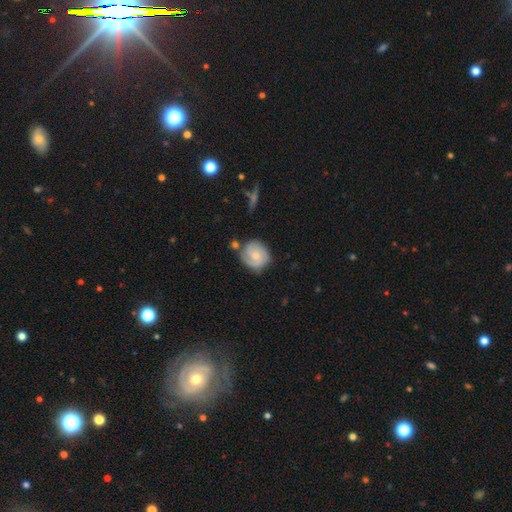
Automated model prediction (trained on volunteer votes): smooth_or_featured: featured or disk (p=0.66) [alt: smooth p=0.28]
disk_edge_on: no (p=0.98) [alt: yes p=0.02]
bar: no (p=0.68) [alt: weak p=0.28]
has_spiral_arms: yes (p=0.92) [alt: no p=0.08]
spiral_winding: tight (p=0.58) [alt: medium p=0.32]
spiral_arm_count: 2 (p=0.45) [alt: 3 p=0.24]
bulge_size: small (p=0.54) [alt: moderate p=0.38]
merging: none (p=0.65) [alt: minor disturbance p=0.21]